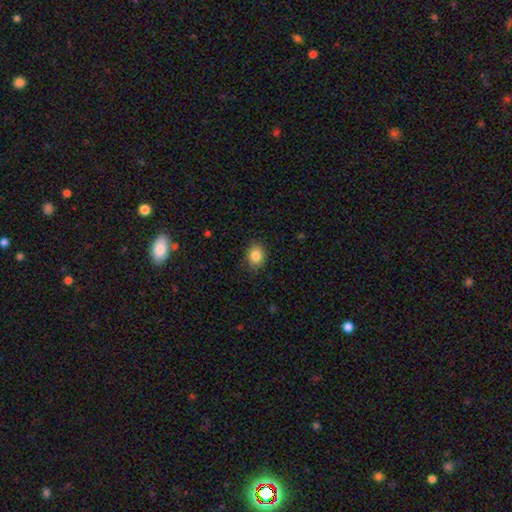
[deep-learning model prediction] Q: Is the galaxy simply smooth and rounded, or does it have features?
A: smooth — 85%.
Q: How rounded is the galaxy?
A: in between — 53%.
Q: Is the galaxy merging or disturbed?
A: none — 86%.